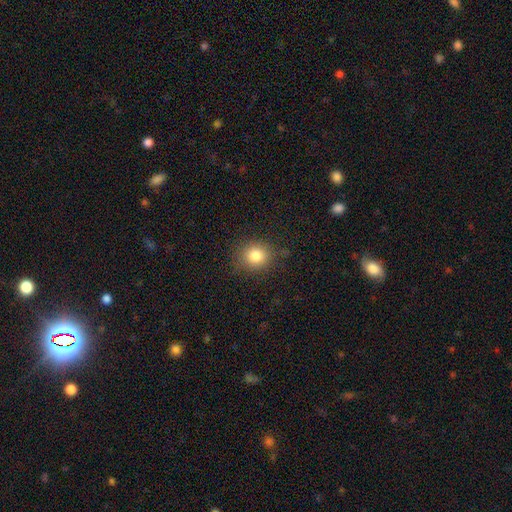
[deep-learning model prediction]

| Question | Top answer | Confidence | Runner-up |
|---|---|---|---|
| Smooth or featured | smooth | 81% | star or artifact (12%) |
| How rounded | round | 81% | in between (18%) |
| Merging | none | 83% | minor disturbance (12%) |